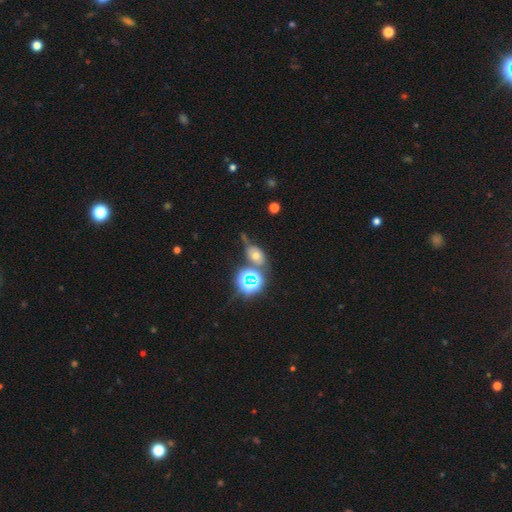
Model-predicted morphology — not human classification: The model was most divided on "smooth or featured": smooth: 51%, star or artifact: 30%, featured or disk: 20%. More confident: how rounded — in between (72%); merging — none (52%).